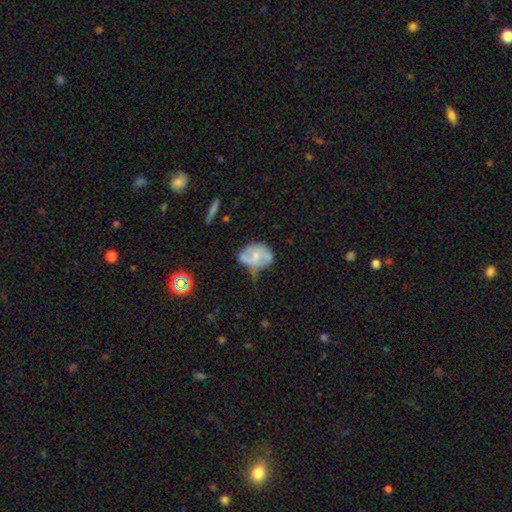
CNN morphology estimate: Smooth or featured? featured or disk (51%)
Edge-on disk? no (96%)
Merging? minor disturbance (36%)